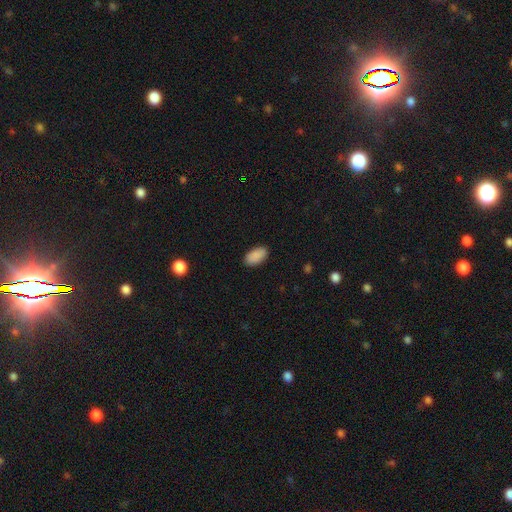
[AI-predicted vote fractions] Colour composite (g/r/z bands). It shows a smooth galaxy with no disk features (90%) that is in between round and cigar-shaped (95%). Merging: none (88%).